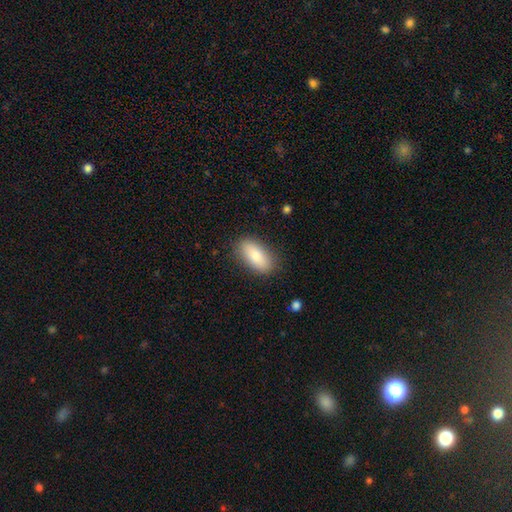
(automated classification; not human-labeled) Smooth or featured?
  - smooth: 83% *
  - featured or disk: 11%
  - star or artifact: 6%
How rounded?
  - in between: 88% *
  - cigar-shaped: 9%
  - round: 3%
Merging?
  - none: 84% *
  - minor disturbance: 12%
  - major disturbance: 3%
  - merger: 1%